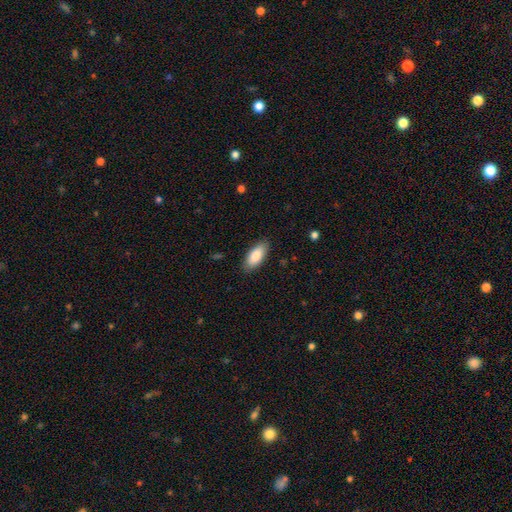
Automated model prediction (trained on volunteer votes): Smooth or featured?
  - smooth: 85% *
  - featured or disk: 9%
  - star or artifact: 6%
How rounded?
  - in between: 86% *
  - cigar-shaped: 13%
  - round: 2%
Merging?
  - none: 87% *
  - minor disturbance: 10%
  - major disturbance: 2%
  - merger: 1%